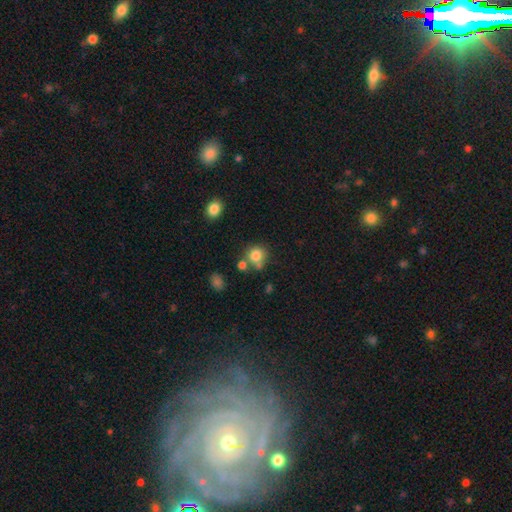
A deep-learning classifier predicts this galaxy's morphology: smooth_or_featured: smooth (p=0.80) [alt: star or artifact p=0.11]
how_rounded: round (p=0.84) [alt: in between p=0.15]
merging: none (p=0.59) [alt: merger p=0.23]